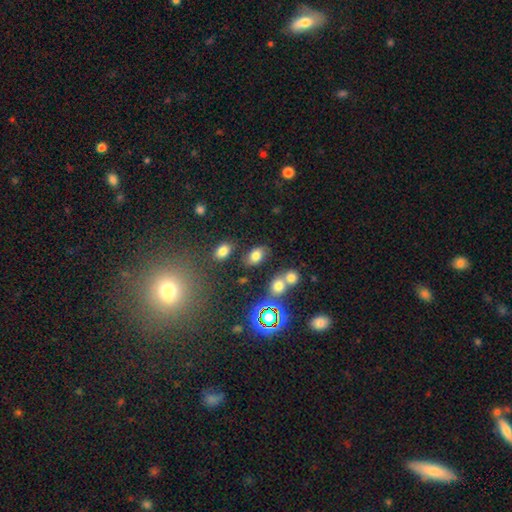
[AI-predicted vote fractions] Smooth or featured: smooth — 74% (star or artifact — 15%)
How rounded: in between — 84% (round — 15%)
Merging: none — 72% (minor disturbance — 13%)